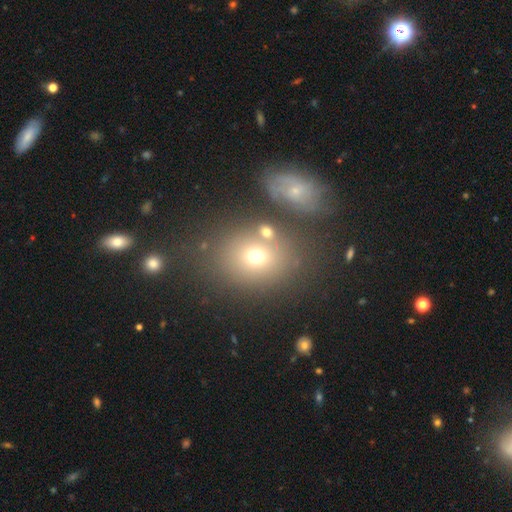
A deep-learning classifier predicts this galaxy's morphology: Q: Smooth or featured?
A: smooth (69%); runner-up: featured or disk (18%)
Q: How rounded?
A: in between (50%); runner-up: round (49%)
Q: Merging?
A: none (64%); runner-up: merger (17%)